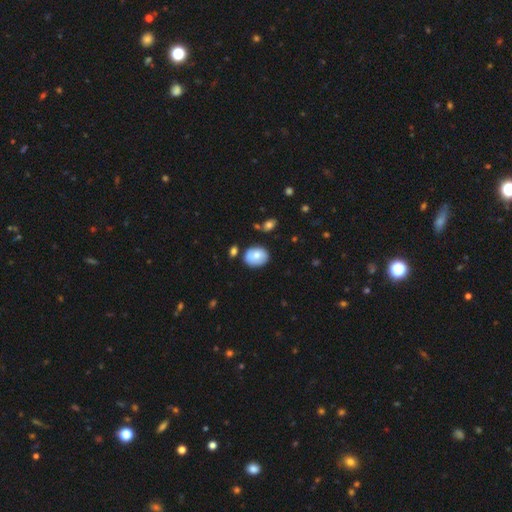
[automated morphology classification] Smooth or featured? smooth (76%)
How rounded? in between (56%)
Merging? none (76%)